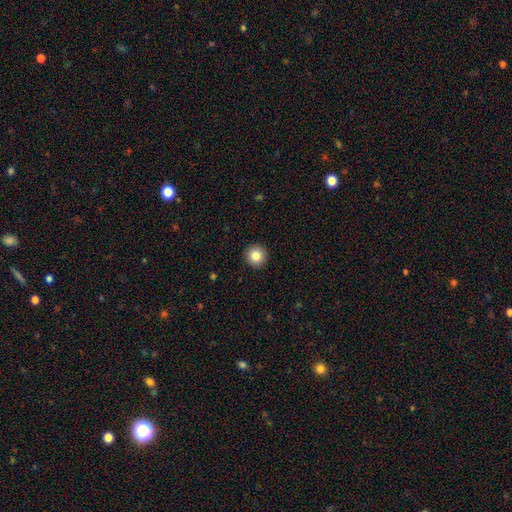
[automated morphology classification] Smooth or featured? Predicted: smooth (p=0.84). How rounded? Predicted: round (p=0.96). Merging? Predicted: none (p=0.93).